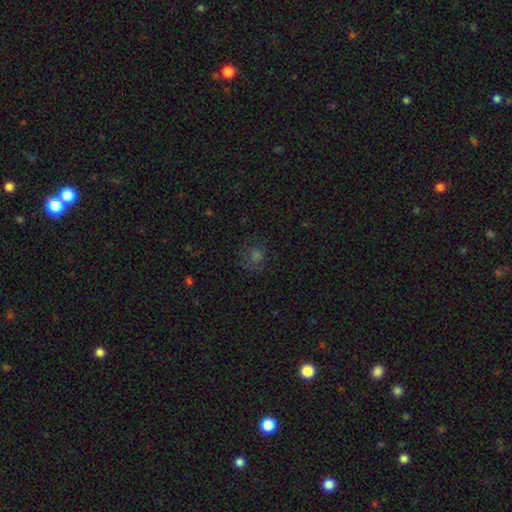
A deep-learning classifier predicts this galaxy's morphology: This is possibly a smooth galaxy (56%). How rounded: clearly round (84%). Merging: likely none (76%).